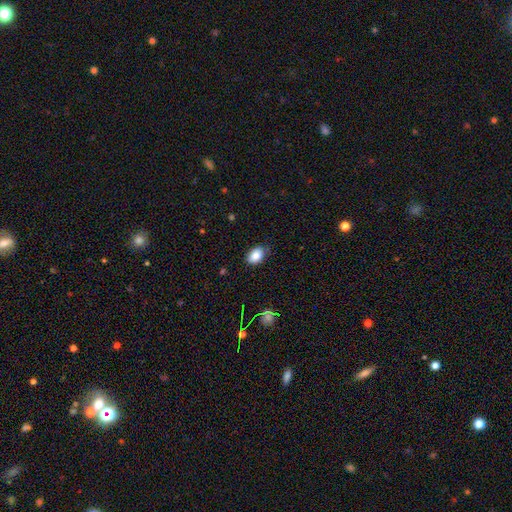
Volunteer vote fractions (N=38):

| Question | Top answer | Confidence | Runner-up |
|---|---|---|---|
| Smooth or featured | smooth | 82% | featured or disk (11%) |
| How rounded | in between | 84% | round (16%) |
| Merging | none | 86% | minor disturbance (14%) |